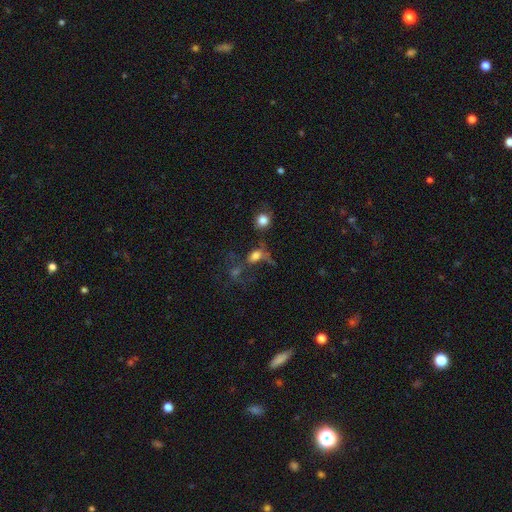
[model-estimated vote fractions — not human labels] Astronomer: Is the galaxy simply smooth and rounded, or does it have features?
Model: smooth — 56%.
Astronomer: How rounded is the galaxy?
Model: in between — 61%.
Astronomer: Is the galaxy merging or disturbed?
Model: none — 31% (runner-up: major disturbance, 29%).